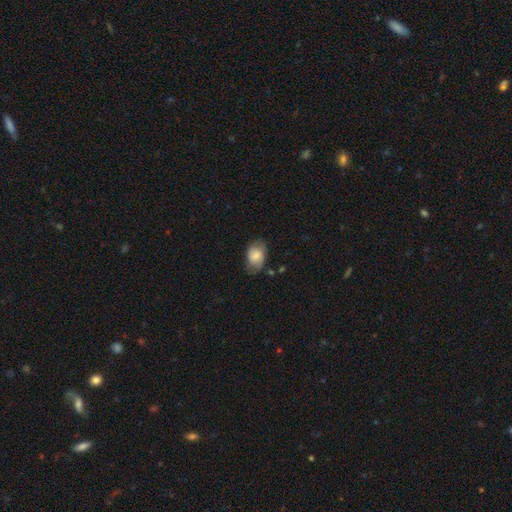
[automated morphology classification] smooth_or_featured: smooth (p=0.77) [alt: featured or disk p=0.16]
how_rounded: in between (p=0.81) [alt: round p=0.18]
merging: none (p=0.62) [alt: minor disturbance p=0.28]